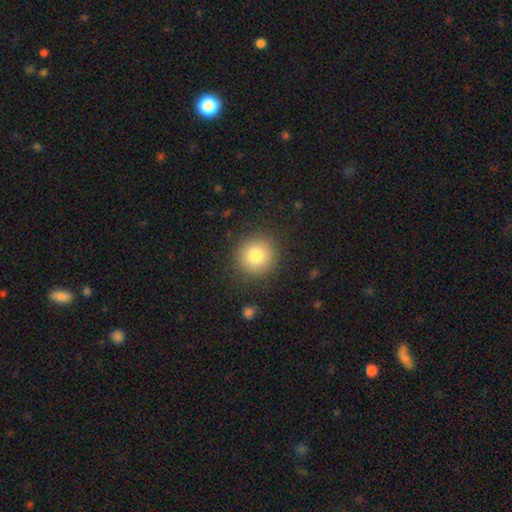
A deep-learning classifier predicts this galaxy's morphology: This is clearly a smooth galaxy (81%). How rounded: clearly round (94%). Merging: clearly none (89%).